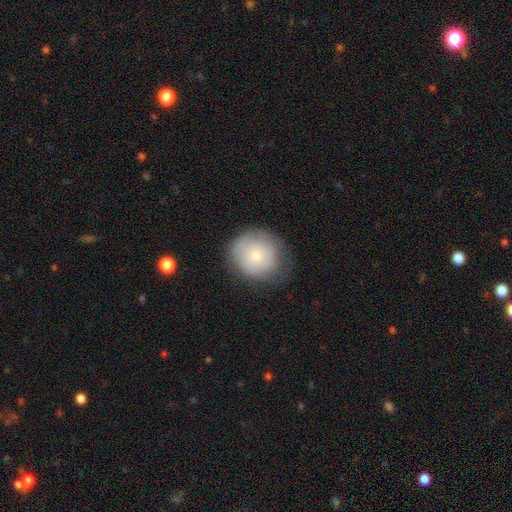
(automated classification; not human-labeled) Smooth or featured: smooth — 76% (featured or disk — 16%)
How rounded: round — 90% (in between — 9%)
Merging: none — 71% (minor disturbance — 21%)